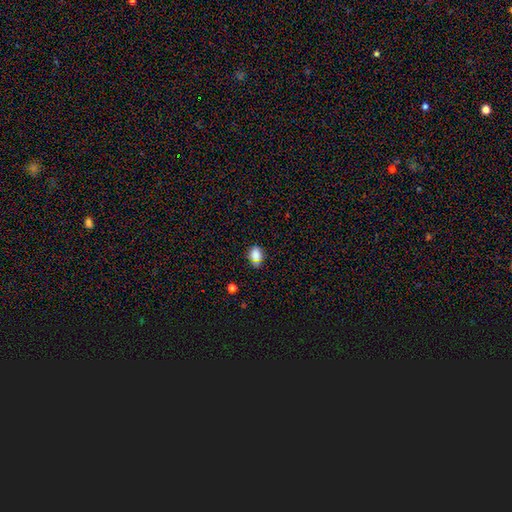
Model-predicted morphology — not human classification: Smooth or featured: smooth — 75% (star or artifact — 20%)
How rounded: in between — 65% (round — 33%)
Merging: none — 74% (minor disturbance — 16%)